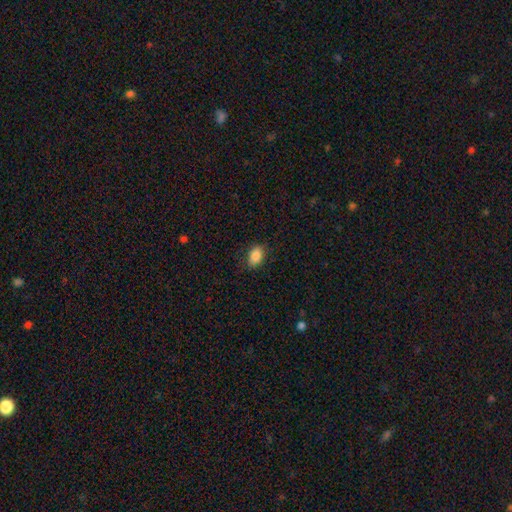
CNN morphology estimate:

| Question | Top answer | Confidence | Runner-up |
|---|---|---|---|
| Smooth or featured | smooth | 87% | star or artifact (8%) |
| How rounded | in between | 85% | round (13%) |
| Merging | none | 82% | minor disturbance (14%) |